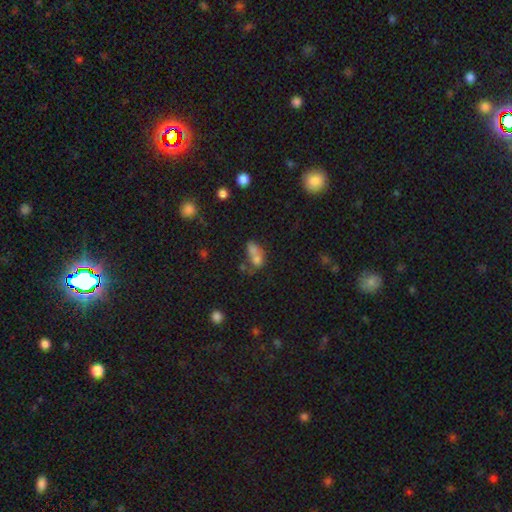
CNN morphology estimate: smooth_or_featured: smooth (p=0.66) [alt: featured or disk p=0.19]
how_rounded: in between (p=0.59) [alt: round p=0.39]
merging: merger (p=0.59) [alt: none p=0.23]